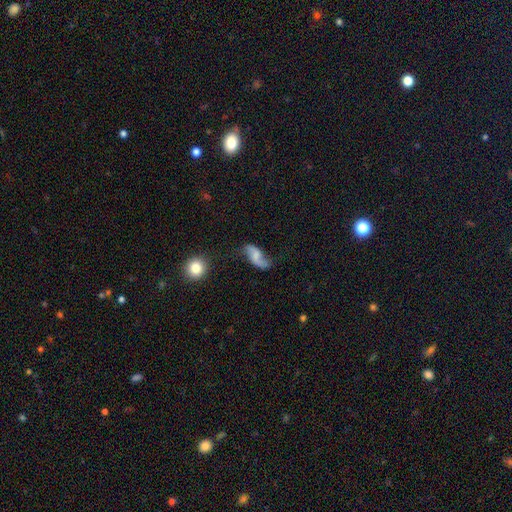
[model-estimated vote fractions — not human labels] The model was most divided on "bar": no: 46%, weak: 41%, strong: 13%. Remaining: edge-on disk — no (96%); spiral arms — yes (91%); spiral arm count — 2 (91%); spiral winding — loose (84%); smooth or featured — featured or disk (69%); merging — none (60%); bulge size — none (45%).